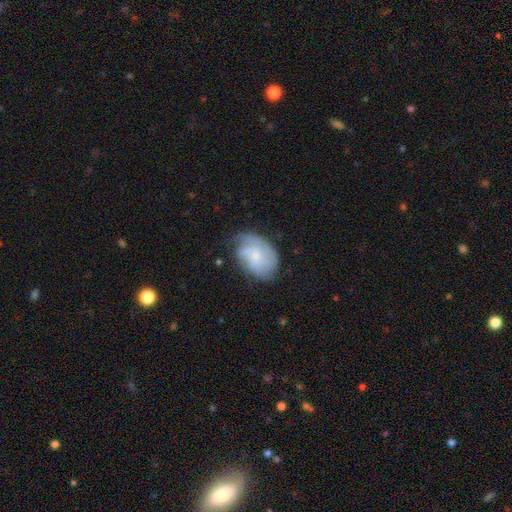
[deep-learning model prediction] A featured or disk galaxy (55%) with no bar (67%), spiral arms (83%) and a small central bulge (55%).

Vote fractions:
- Smooth or featured? featured or disk: 55% / smooth: 38% / star or artifact: 7%
- Edge-on disk? no: 97% / yes: 3%
- Bar? no: 67% / weak: 29% / strong: 4%
- Spiral arms? yes: 83% / no: 17%
- Bulge size? small: 55% / moderate: 31% / none: 11% / large: 3% / dominant: 1%
- Merging? none: 54% / minor disturbance: 31% / major disturbance: 13% / merger: 2%